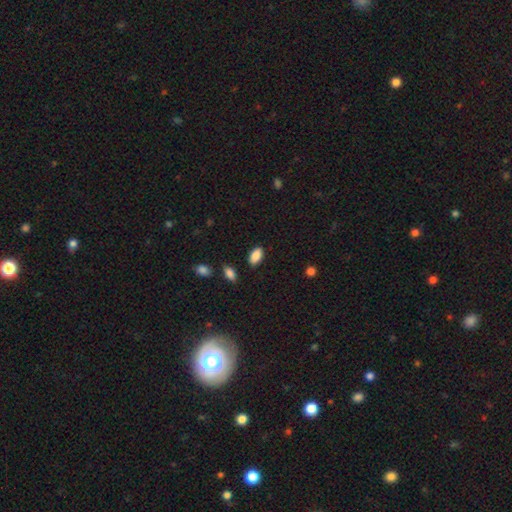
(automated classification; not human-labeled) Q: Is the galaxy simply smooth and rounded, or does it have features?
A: smooth — 87%.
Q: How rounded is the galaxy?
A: in between — 93%.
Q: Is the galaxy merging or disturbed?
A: none — 86%.